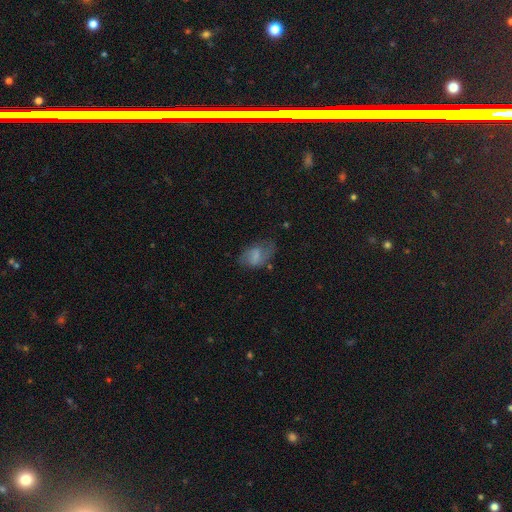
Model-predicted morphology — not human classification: A smooth galaxy with no disk features (48%).

Vote fractions:
- Smooth or featured? smooth: 48% / featured or disk: 42% / star or artifact: 9%
- Merging? none: 51% / minor disturbance: 27% / major disturbance: 19% / merger: 3%